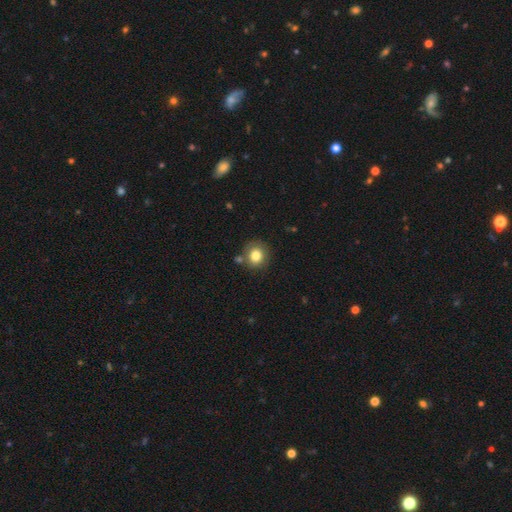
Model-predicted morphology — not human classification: This appears to be a smooth galaxy with no disk features (81%) that is round (84%). Merging: none (76%).